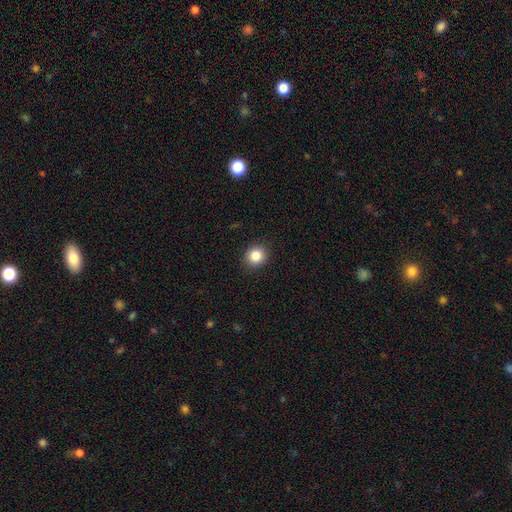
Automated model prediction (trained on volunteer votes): smooth 85%, star or artifact 10%, featured or disk 5%. Down the decision tree: how rounded — round (85%); merging — none (91%).